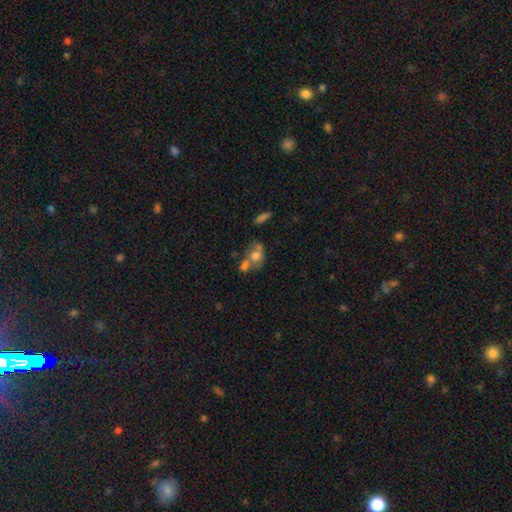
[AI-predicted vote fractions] The model was most divided on "merging": merger: 51%, none: 28%, minor disturbance: 12%, major disturbance: 9%. More confident: how rounded — in between (61%); smooth or featured — smooth (61%).